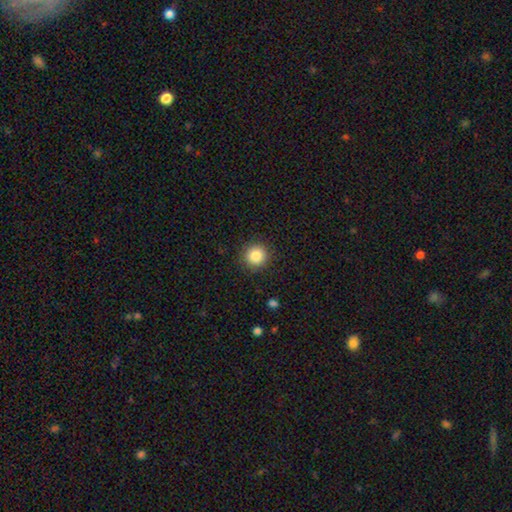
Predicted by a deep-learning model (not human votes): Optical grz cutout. It shows a smooth galaxy with no disk features (85%) that is round (94%). Merging: none (90%).